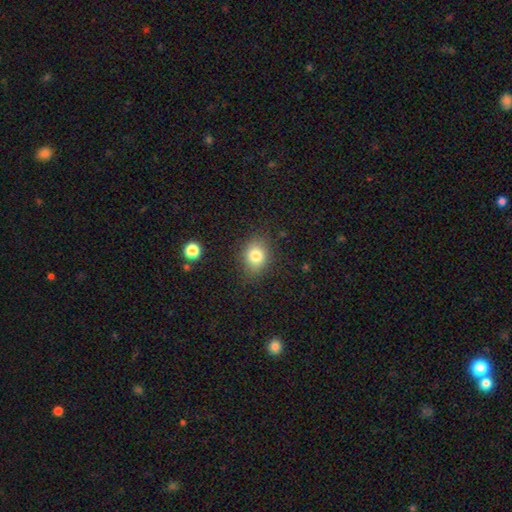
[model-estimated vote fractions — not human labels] Smooth or featured?
  - smooth: 80% *
  - star or artifact: 11%
  - featured or disk: 9%
How rounded?
  - in between: 51% *
  - round: 48%
  - cigar-shaped: 1%
Merging?
  - none: 81% *
  - minor disturbance: 14%
  - major disturbance: 4%
  - merger: 2%